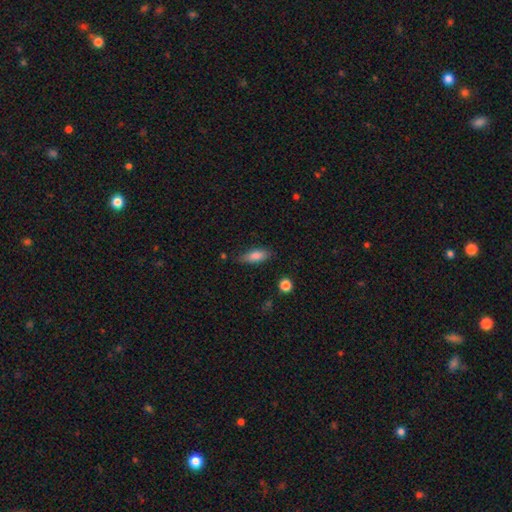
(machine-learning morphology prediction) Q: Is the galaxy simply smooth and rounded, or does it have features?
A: smooth — 81%.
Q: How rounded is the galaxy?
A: in between — 73%.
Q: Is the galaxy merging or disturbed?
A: none — 73%.